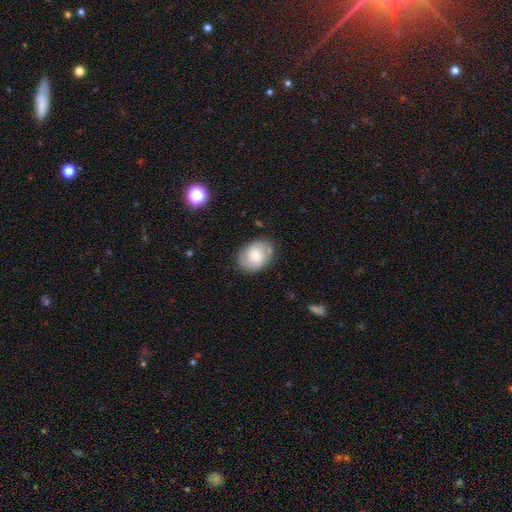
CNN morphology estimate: Overall: smooth (51%; featured or disk 42%). How rounded: in between (58%; round 41%). Merging: none (78%).